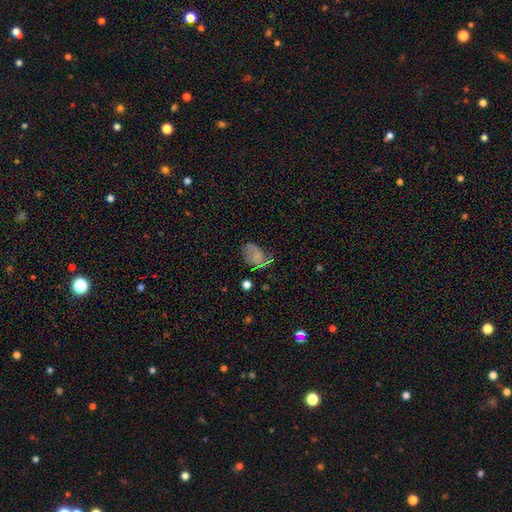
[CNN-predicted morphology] The model was most divided on "merging": none: 44%, minor disturbance: 29%, major disturbance: 22%, merger: 6%. More confident: how rounded — in between (79%); smooth or featured — smooth (54%).